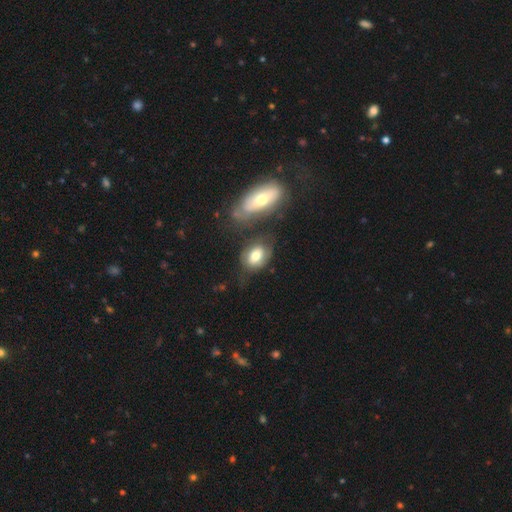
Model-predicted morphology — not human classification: Q: Smooth or featured?
A: smooth (66%); runner-up: featured or disk (26%)
Q: How rounded?
A: in between (79%); runner-up: round (20%)
Q: Merging?
A: none (48%); runner-up: minor disturbance (23%)